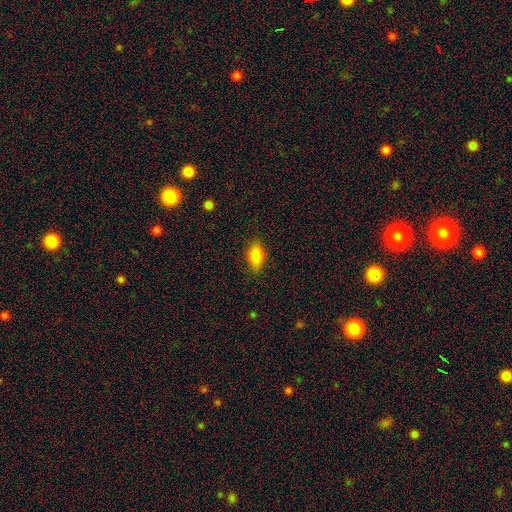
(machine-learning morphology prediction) Smooth or featured: smooth — 83% (featured or disk — 9%)
How rounded: in between — 89% (round — 6%)
Merging: none — 84% (minor disturbance — 12%)